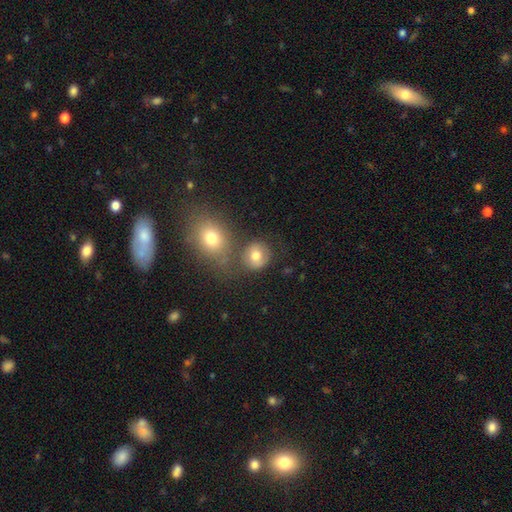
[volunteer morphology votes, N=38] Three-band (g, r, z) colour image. It shows a smooth galaxy with no disk features (68%) that is round (92%). Merging: none (69%).